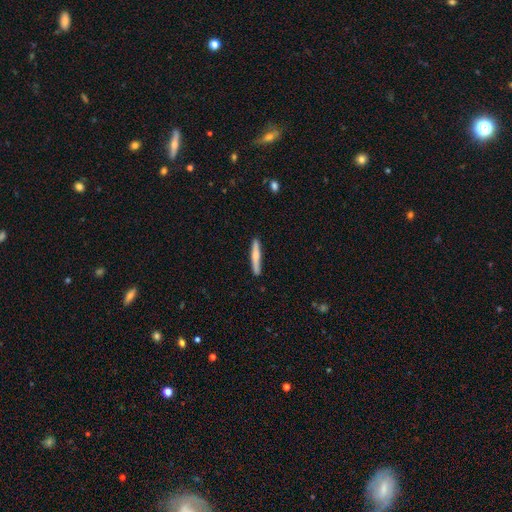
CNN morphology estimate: Smooth or featured: smooth — 58% (featured or disk — 37%)
How rounded: cigar-shaped — 94% (in between — 5%)
Merging: none — 89% (minor disturbance — 8%)